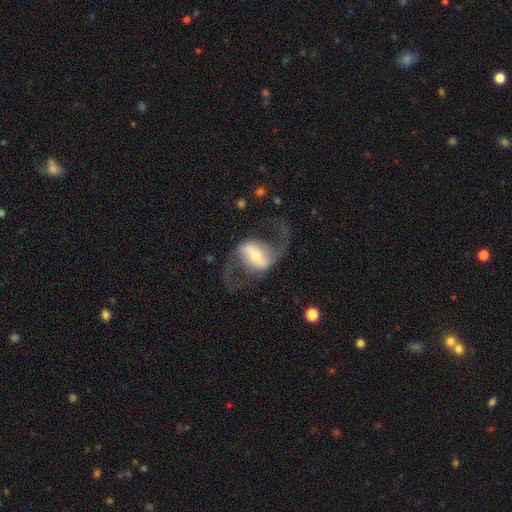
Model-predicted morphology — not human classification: The model was most divided on "bulge size": small: 51%, moderate: 36%, large: 8%, dominant: 3%, none: 2%. More confident: edge-on disk — no (96%); spiral arms — yes (93%); spiral arm count — 2 (93%); smooth or featured — featured or disk (85%); merging — none (69%); spiral winding — loose (64%); bar — strong (58%).